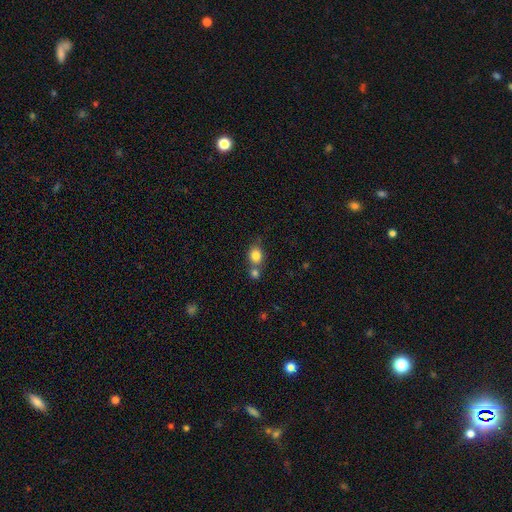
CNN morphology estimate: This is clearly a smooth galaxy (82%). How rounded: likely round (69%). Merging: possibly none (48%).